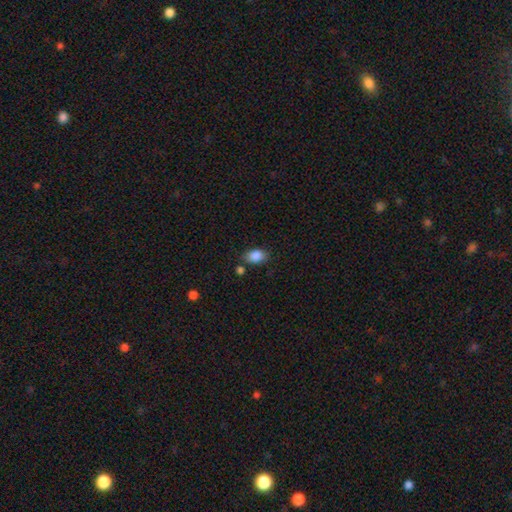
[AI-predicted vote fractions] This appears to be a smooth galaxy with no disk features (87%) that is in between round and cigar-shaped (84%). Merging: none (76%).